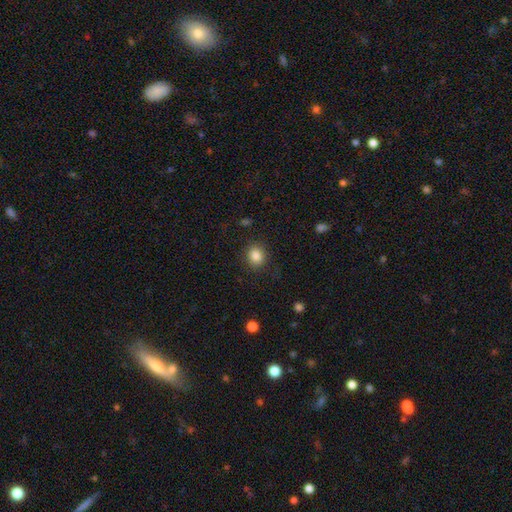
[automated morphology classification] type=smooth (86%); roundness=round (71%); merging=none (86%).